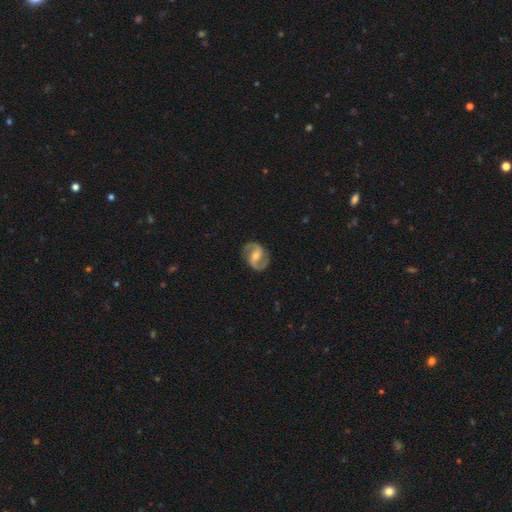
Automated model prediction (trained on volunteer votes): This appears to be a featured or disk galaxy (87%) with a weak bar (46%), 2 (93%) medium (55%) spiral arms (96%) and a moderate central bulge (55%). Merging: none (86%).